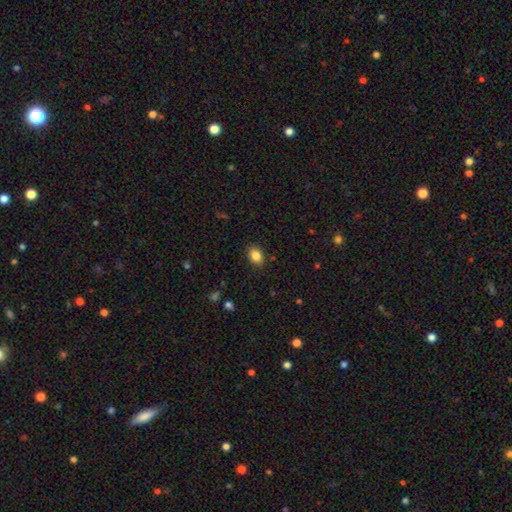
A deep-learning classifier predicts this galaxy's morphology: type=smooth (85%); roundness=in between (73%); merging=none (87%).